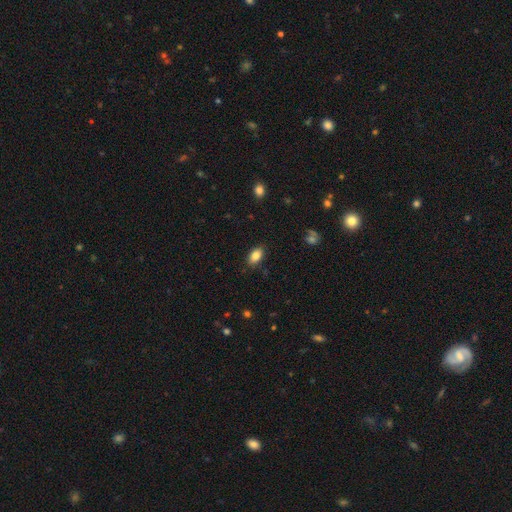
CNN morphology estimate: Smooth or featured? Predicted: smooth (p=0.85). How rounded? Predicted: in between (p=0.91). Merging? Predicted: none (p=0.86).